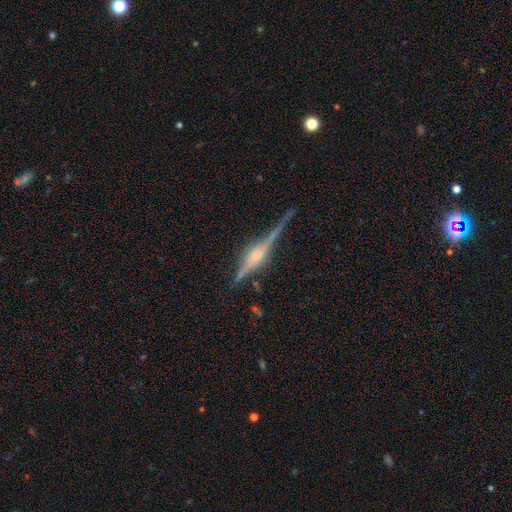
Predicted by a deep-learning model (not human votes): The model was most divided on "edge-on bulge": rounded: 71%, boxy: 24%, none: 5%. More confident: edge-on disk — yes (98%); smooth or featured — featured or disk (86%); merging — none (82%).